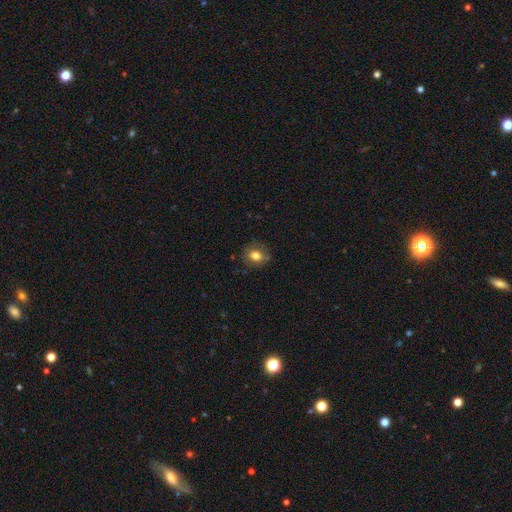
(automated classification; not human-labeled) The model was most divided on "how rounded": round: 65%, in between: 34%, cigar-shaped: 1%. More confident: merging — none (78%); smooth or featured — smooth (75%).